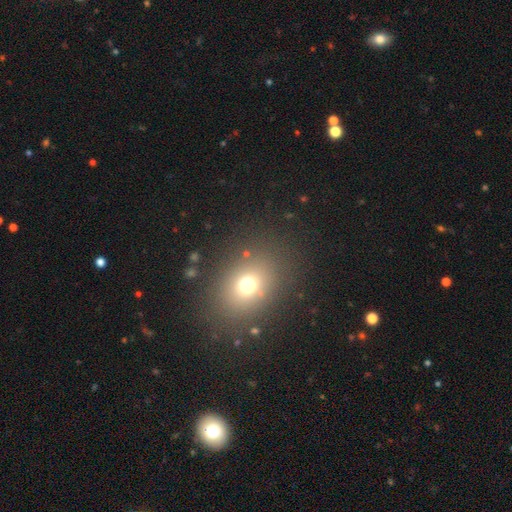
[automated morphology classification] smooth_or_featured: smooth (p=0.64) [alt: star or artifact p=0.26]
how_rounded: in between (p=0.51) [alt: round p=0.48]
merging: none (p=0.87) [alt: minor disturbance p=0.08]